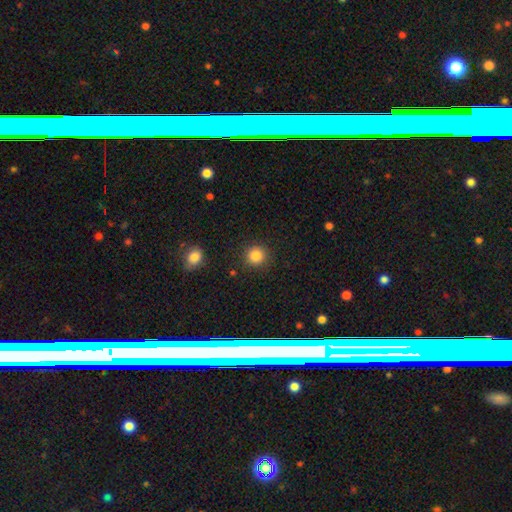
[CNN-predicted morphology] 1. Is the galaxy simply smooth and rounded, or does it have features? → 85% smooth, 10% star or artifact, 4% featured or disk.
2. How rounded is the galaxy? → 93% round, 7% in between, 1% cigar-shaped.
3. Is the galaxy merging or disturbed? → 89% none, 6% minor disturbance, 3% major disturbance, 2% merger.